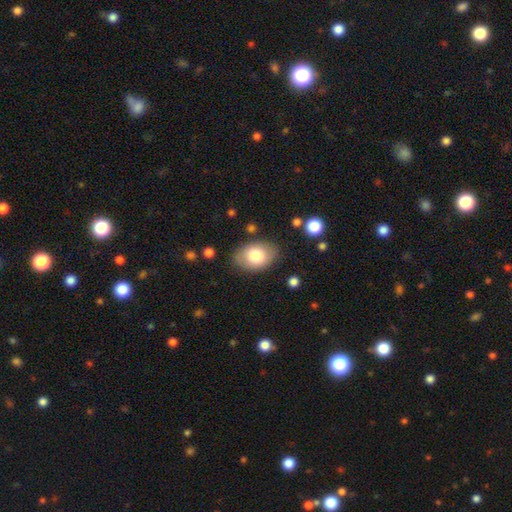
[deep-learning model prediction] Smooth or featured?
  - smooth: 79% *
  - featured or disk: 15%
  - star or artifact: 7%
How rounded?
  - in between: 85% *
  - round: 14%
  - cigar-shaped: 1%
Merging?
  - none: 80% *
  - minor disturbance: 14%
  - major disturbance: 4%
  - merger: 2%